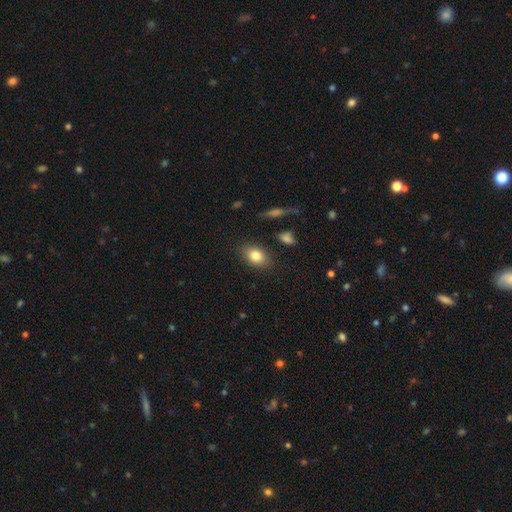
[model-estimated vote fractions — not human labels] This is clearly a smooth galaxy (80%). How rounded: clearly in between (80%). Merging: clearly none (84%).